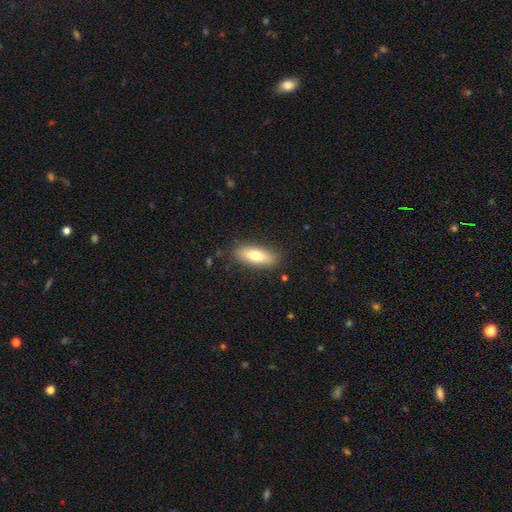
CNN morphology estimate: smooth_or_featured: smooth (p=0.74) [alt: featured or disk p=0.20]
how_rounded: in between (p=0.68) [alt: cigar-shaped p=0.30]
merging: none (p=0.86) [alt: minor disturbance p=0.10]